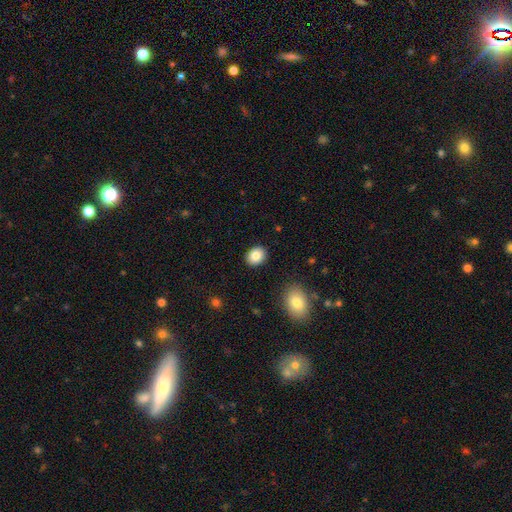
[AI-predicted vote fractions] A smooth galaxy with no disk features (86%) that is in between round and cigar-shaped (51%).

Vote fractions:
- Smooth or featured? smooth: 86% / star or artifact: 8% / featured or disk: 6%
- How rounded? in between: 51% / round: 48% / cigar-shaped: 1%
- Merging? none: 89% / minor disturbance: 7% / major disturbance: 2% / merger: 1%